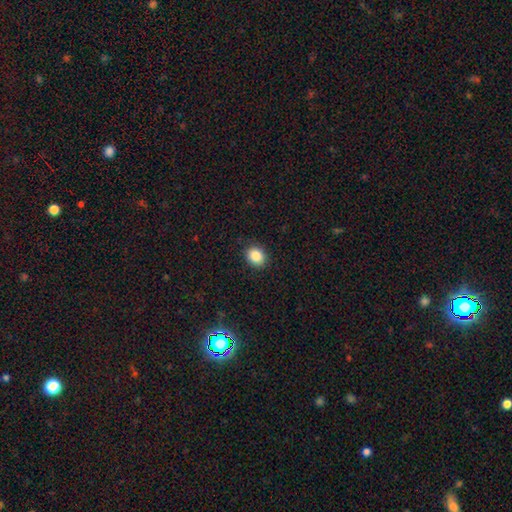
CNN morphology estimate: Overall: smooth (87%). How rounded: round (55%; in between 45%). Merging: none (88%).